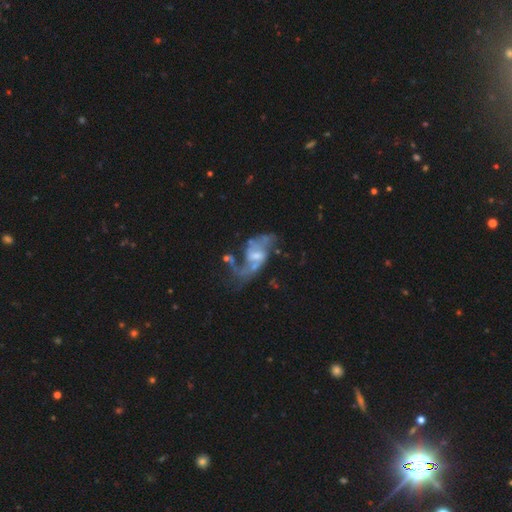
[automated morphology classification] Smooth or featured: featured or disk — 83% (smooth — 10%)
Edge-on disk: no — 97% (yes — 3%)
Bar: weak — 56% (no — 28%)
Spiral arms: yes — 86% (no — 14%)
Spiral winding: loose — 63% (medium — 30%)
Spiral arm count: 2 — 77% (1 — 11%)
Bulge size: small — 43% (moderate — 39%)
Merging: none — 38% (major disturbance — 30%)